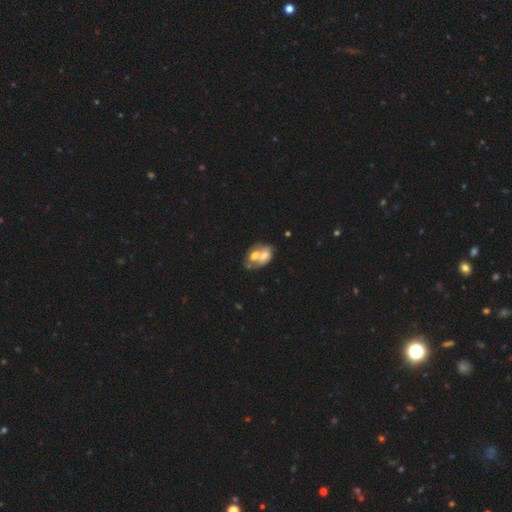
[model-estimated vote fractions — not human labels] This appears to be a smooth galaxy with no disk features (51%) that is in between round and cigar-shaped (75%). Merging: merger (72%).